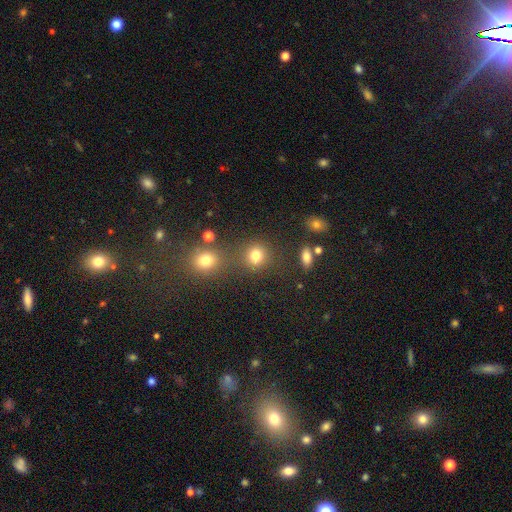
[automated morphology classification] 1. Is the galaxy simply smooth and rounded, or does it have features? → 78% smooth, 15% star or artifact, 7% featured or disk.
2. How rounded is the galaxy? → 82% round, 17% in between, 1% cigar-shaped.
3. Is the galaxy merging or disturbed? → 69% none, 17% merger, 9% minor disturbance, 4% major disturbance.